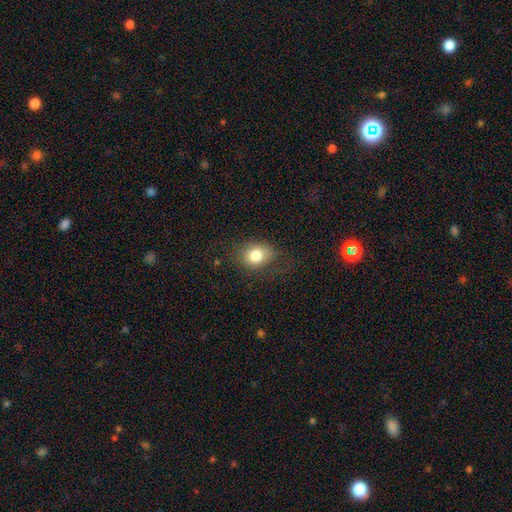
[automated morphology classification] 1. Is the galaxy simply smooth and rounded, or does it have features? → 80% smooth, 10% star or artifact, 10% featured or disk.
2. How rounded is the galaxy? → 52% in between, 46% round, 1% cigar-shaped.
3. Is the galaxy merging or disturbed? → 67% none, 21% minor disturbance, 11% major disturbance, 1% merger.